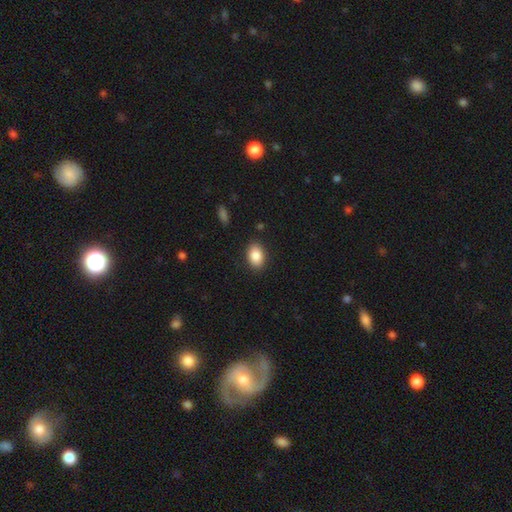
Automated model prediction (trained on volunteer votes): Smooth or featured? smooth (87%)
How rounded? in between (85%)
Merging? none (87%)